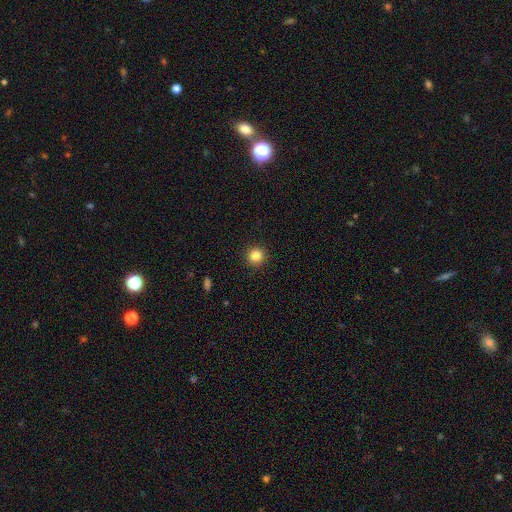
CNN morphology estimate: smooth-or-featured: smooth: 84% | star or artifact: 11% | featured or disk: 5%
  how-rounded: round: 95% | in between: 4% | cigar-shaped: 1%
  merging: none: 92% | minor disturbance: 5% | major disturbance: 2% | merger: 1%